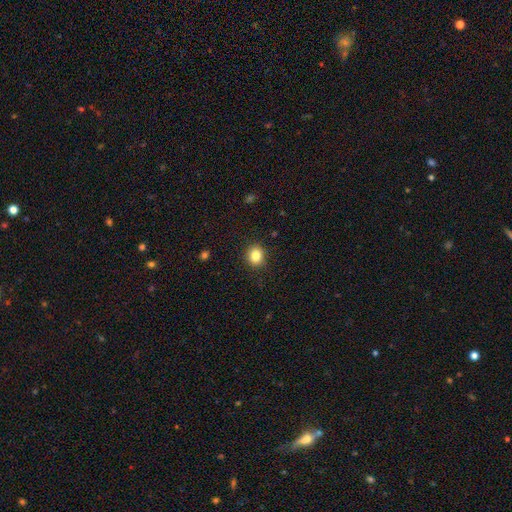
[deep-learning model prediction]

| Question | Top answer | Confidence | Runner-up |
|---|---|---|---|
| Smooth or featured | smooth | 83% | star or artifact (11%) |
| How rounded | round | 79% | in between (20%) |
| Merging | none | 90% | minor disturbance (7%) |